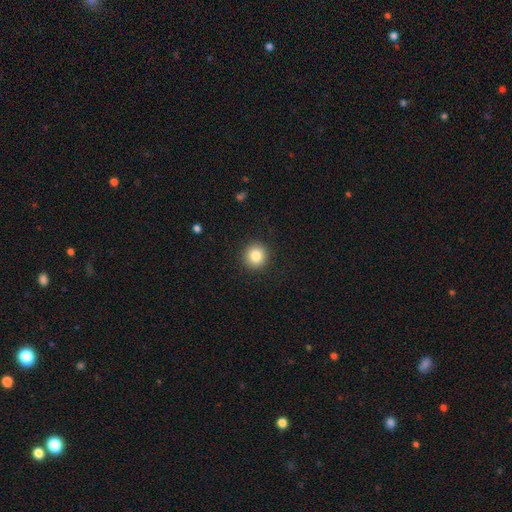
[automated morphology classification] smooth-or-featured: smooth: 83% | star or artifact: 10% | featured or disk: 7%
  how-rounded: round: 93% | in between: 7% | cigar-shaped: 1%
  merging: none: 92% | minor disturbance: 6% | major disturbance: 2% | merger: 1%